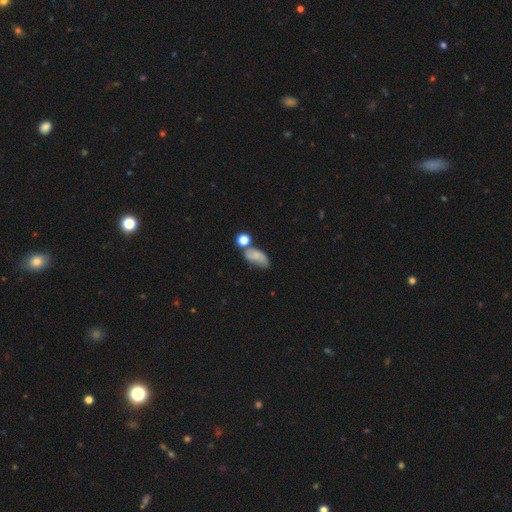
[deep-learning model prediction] This is likely a smooth galaxy (66%). How rounded: clearly in between (84%). Merging: marginally none (38%).